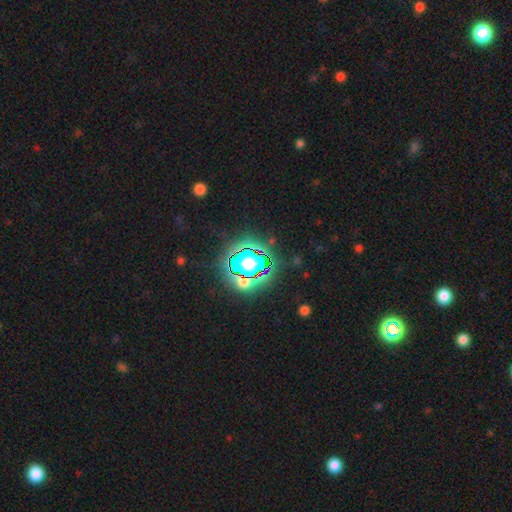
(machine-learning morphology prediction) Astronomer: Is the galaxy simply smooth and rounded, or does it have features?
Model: star or artifact — 82%.